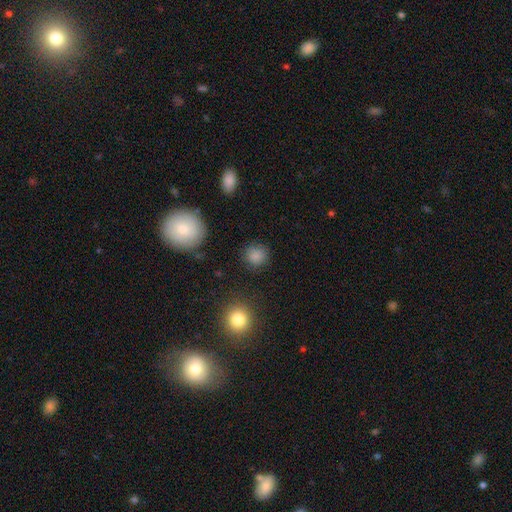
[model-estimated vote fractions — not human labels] A smooth galaxy with no disk features (82%) that is round (88%). Merging: none (84%).